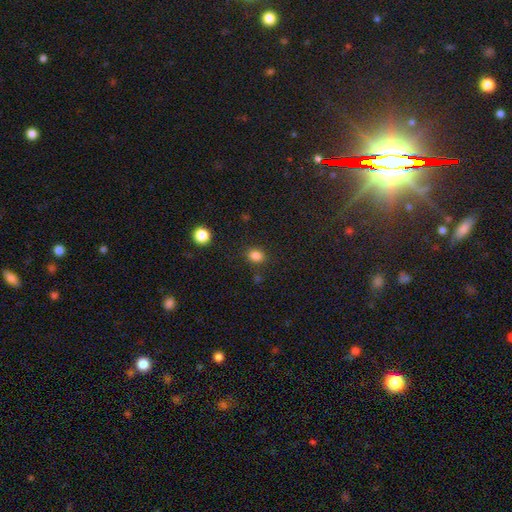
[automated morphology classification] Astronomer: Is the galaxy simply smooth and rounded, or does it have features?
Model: smooth — 84%.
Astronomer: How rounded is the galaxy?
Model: in between — 52% (runner-up: round, 47%).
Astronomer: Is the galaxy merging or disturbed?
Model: none — 82%.